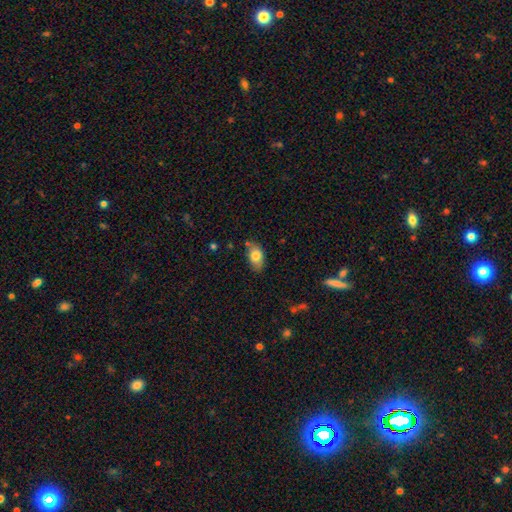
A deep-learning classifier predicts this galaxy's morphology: smooth 80%, featured or disk 13%, star or artifact 7%. Down the decision tree: how rounded — in between (90%); merging — none (72%).